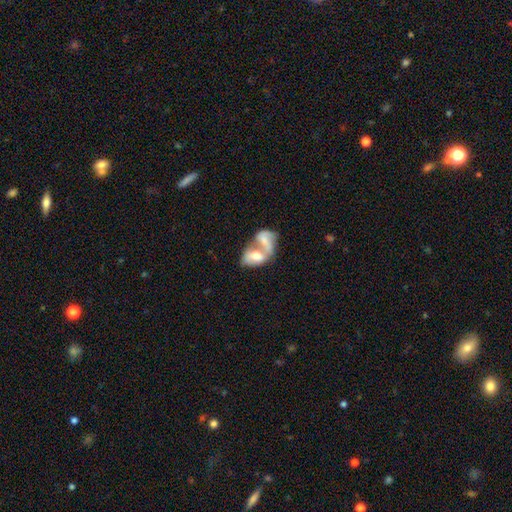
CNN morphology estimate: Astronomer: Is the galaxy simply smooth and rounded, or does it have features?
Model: smooth — 46% (runner-up: featured or disk, 45%).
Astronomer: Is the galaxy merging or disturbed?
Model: merger — 79%.